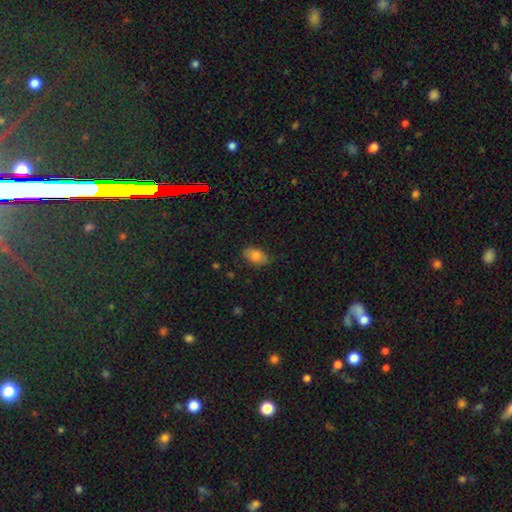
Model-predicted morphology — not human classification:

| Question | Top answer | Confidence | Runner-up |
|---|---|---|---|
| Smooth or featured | smooth | 82% | featured or disk (10%) |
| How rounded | in between | 90% | round (8%) |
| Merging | none | 77% | minor disturbance (19%) |